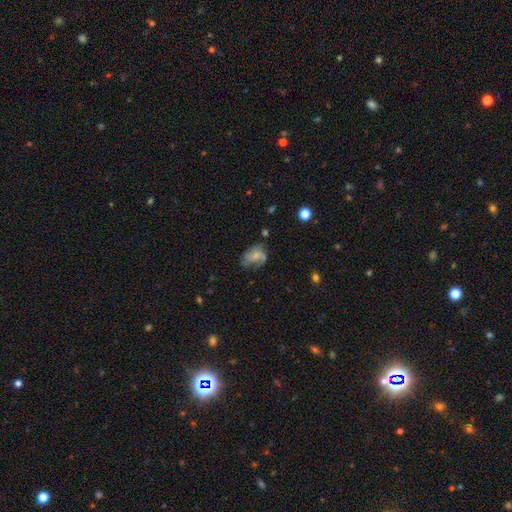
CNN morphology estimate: type=smooth (45%, tied with featured or disk); merging=none (44%).